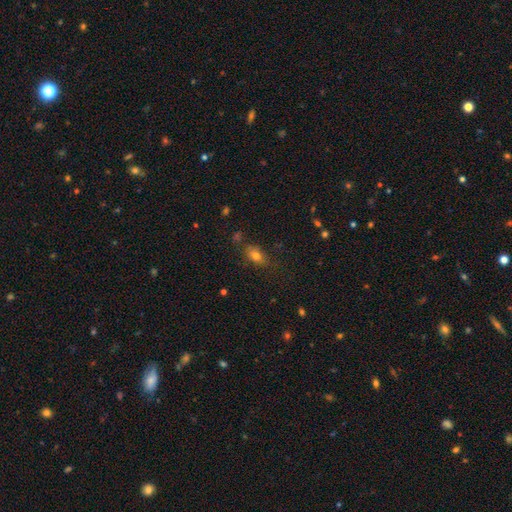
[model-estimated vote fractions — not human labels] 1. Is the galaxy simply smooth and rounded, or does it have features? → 76% smooth, 12% star or artifact, 12% featured or disk.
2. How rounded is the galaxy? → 80% in between, 13% round, 7% cigar-shaped.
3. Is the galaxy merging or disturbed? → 73% none, 17% minor disturbance, 5% major disturbance, 4% merger.